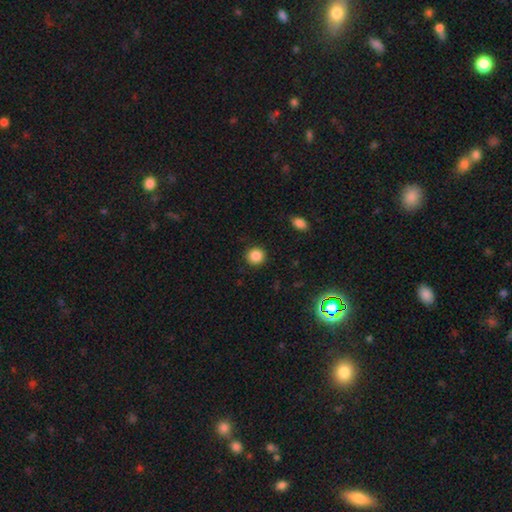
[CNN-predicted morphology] A smooth galaxy with no disk features (86%) that is round (92%).

Vote fractions:
- Smooth or featured? smooth: 86% / star or artifact: 10% / featured or disk: 4%
- How rounded? round: 92% / in between: 7% / cigar-shaped: 1%
- Merging? none: 91% / minor disturbance: 6% / major disturbance: 2% / merger: 1%